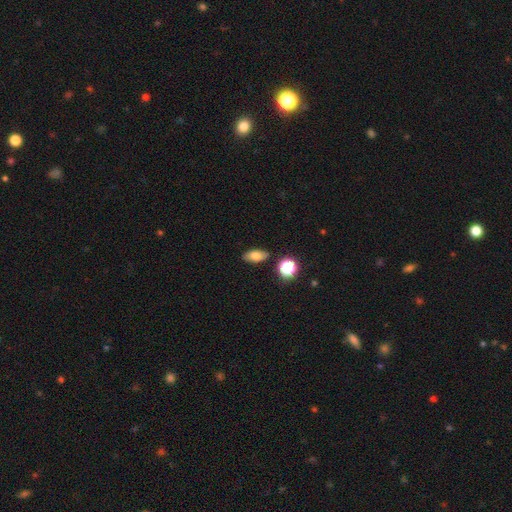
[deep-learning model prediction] A smooth galaxy with no disk features (77%) that is in between round and cigar-shaped (85%). Merging: none (85%).